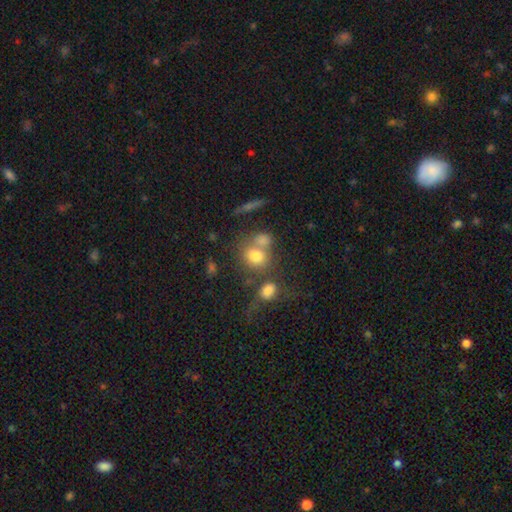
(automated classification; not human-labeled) smooth_or_featured: star or artifact (p=0.46) [alt: smooth p=0.36]